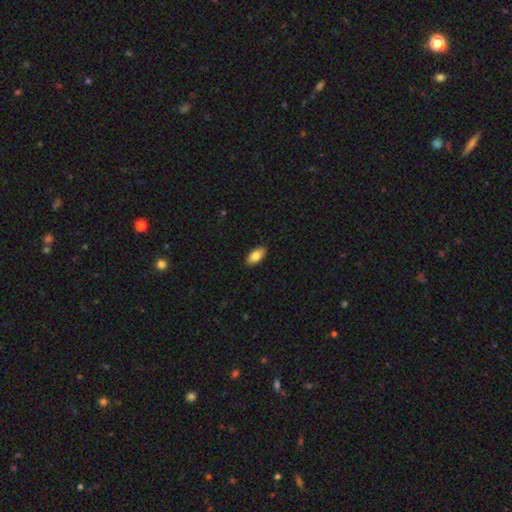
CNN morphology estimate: type=smooth (82%); roundness=in between (91%); merging=none (89%).